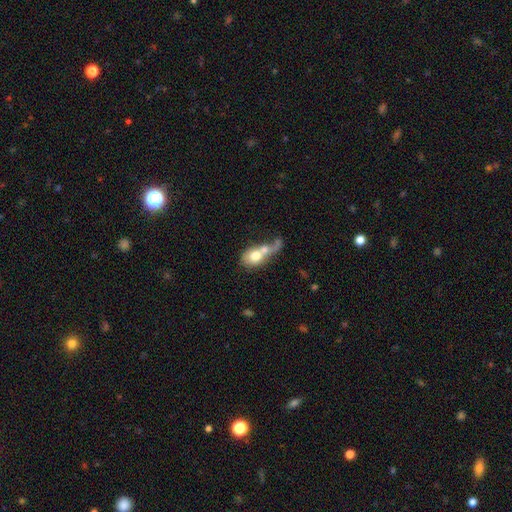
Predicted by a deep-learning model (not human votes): Overall: smooth (64%; featured or disk 29%). How rounded: in between (63%; round 32%). Merging: merger (64%).